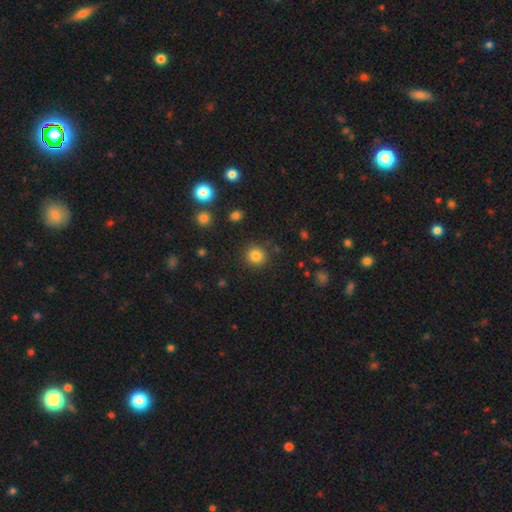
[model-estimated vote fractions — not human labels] Smooth or featured?
  - smooth: 84% *
  - star or artifact: 12%
  - featured or disk: 5%
How rounded?
  - round: 92% *
  - in between: 8%
  - cigar-shaped: 1%
Merging?
  - none: 88% *
  - minor disturbance: 7%
  - major disturbance: 3%
  - merger: 2%